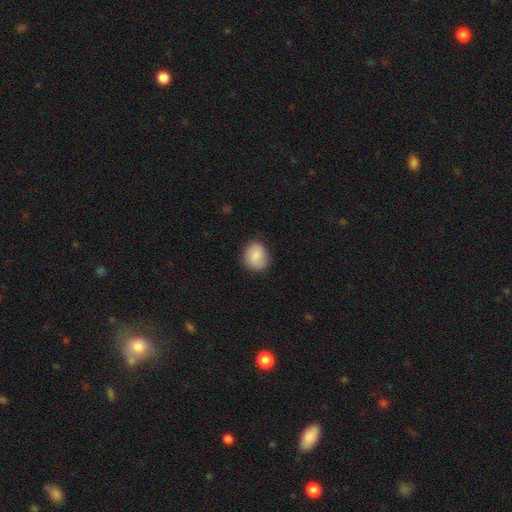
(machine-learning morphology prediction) Overall: smooth (84%). How rounded: round (59%; in between 40%). Merging: none (79%).